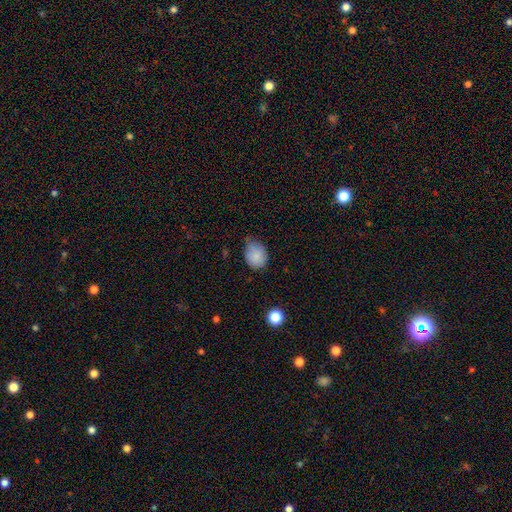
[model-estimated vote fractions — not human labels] A smooth galaxy with no disk features (84%) that is in between round and cigar-shaped (52%). Merging: none (44%, tied with minor disturbance).